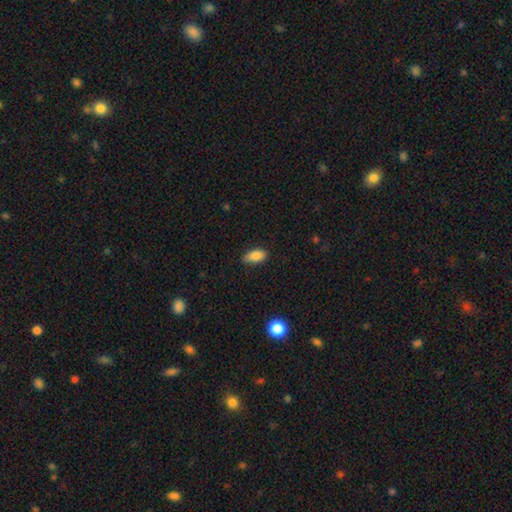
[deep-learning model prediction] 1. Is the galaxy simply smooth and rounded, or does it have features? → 85% smooth, 8% star or artifact, 7% featured or disk.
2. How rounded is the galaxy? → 91% in between, 5% cigar-shaped, 4% round.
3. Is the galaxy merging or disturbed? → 77% none, 19% minor disturbance, 3% major disturbance, 1% merger.